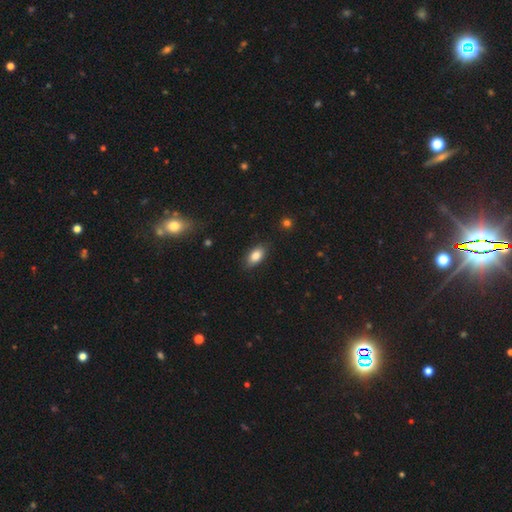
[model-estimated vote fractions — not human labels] This appears to be a smooth galaxy with no disk features (83%) that is in between round and cigar-shaped (90%). Merging: none (84%).